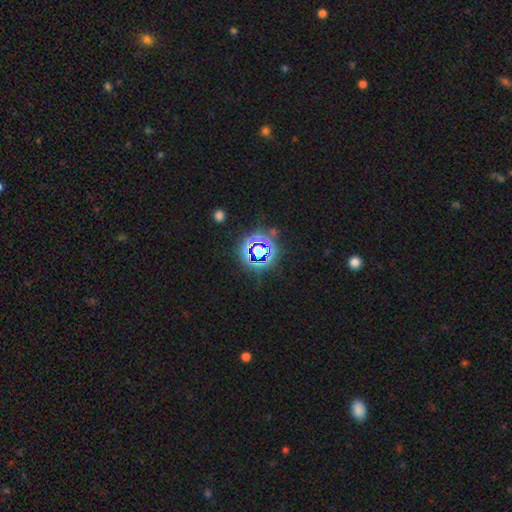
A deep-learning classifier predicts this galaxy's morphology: star or artifact 70%, smooth 20%, featured or disk 11%.